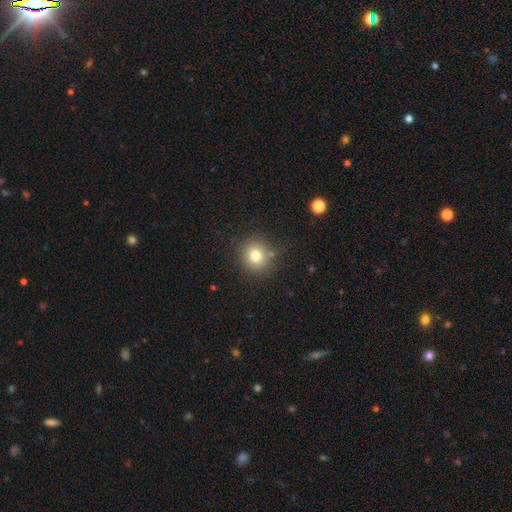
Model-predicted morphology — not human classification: This appears to be a smooth galaxy with no disk features (78%) that is round (88%). Merging: none (83%).